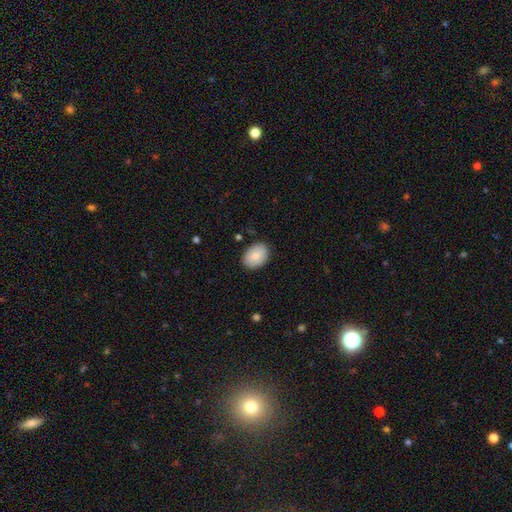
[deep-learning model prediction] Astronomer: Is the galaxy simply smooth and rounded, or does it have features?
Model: smooth — 87%.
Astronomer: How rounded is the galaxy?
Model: in between — 81%.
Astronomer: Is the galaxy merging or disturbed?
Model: none — 87%.